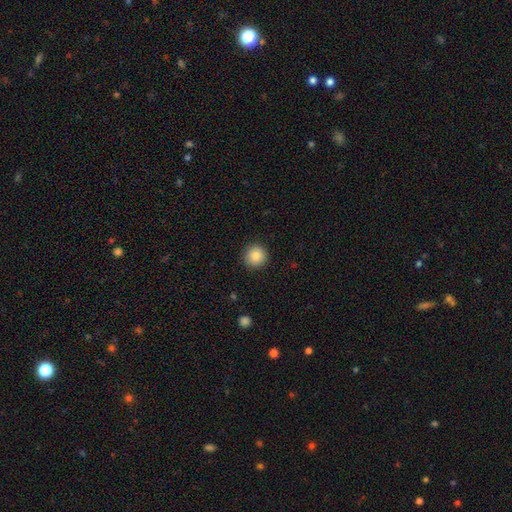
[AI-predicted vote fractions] The model was most divided on "smooth or featured": smooth: 87%, star or artifact: 9%, featured or disk: 4%. More confident: how rounded — round (94%); merging — none (91%).